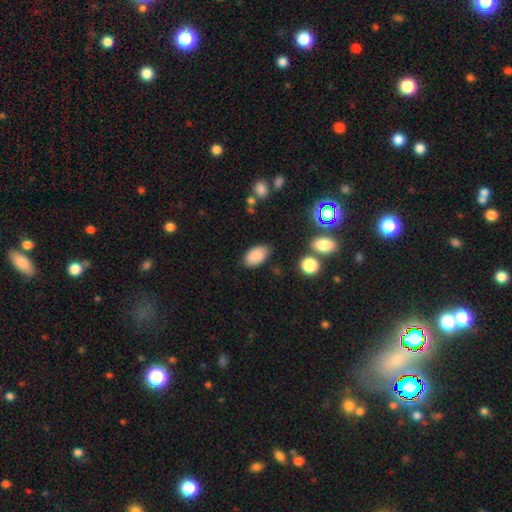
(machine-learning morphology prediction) This is clearly a smooth galaxy (87%). How rounded: clearly in between (93%). Merging: clearly none (82%).